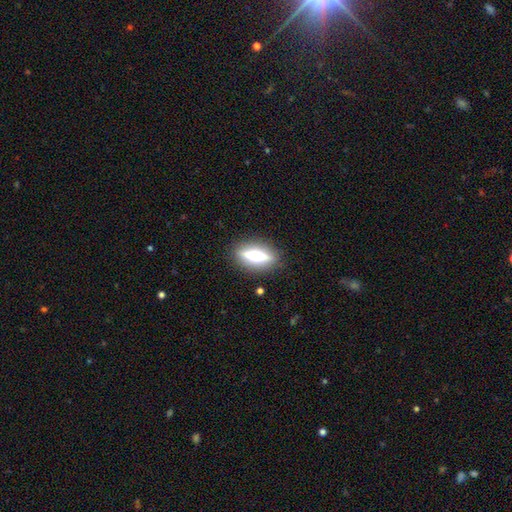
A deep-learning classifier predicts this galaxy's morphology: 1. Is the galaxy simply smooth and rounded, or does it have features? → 48% featured or disk, 44% smooth, 8% star or artifact.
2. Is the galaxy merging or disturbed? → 87% none, 8% minor disturbance, 3% major disturbance, 1% merger.